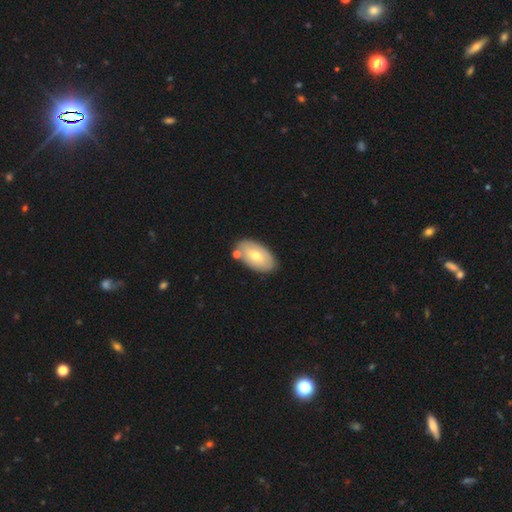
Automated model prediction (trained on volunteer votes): This appears to be a smooth galaxy with no disk features (63%) that is in between round and cigar-shaped (94%). Merging: none (76%).